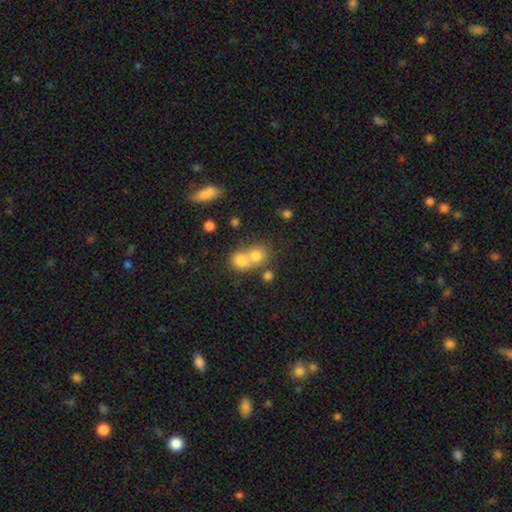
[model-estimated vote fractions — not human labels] smooth_or_featured: smooth (p=0.75) [alt: featured or disk p=0.12]
how_rounded: round (p=0.72) [alt: in between p=0.27]
merging: merger (p=0.61) [alt: none p=0.31]